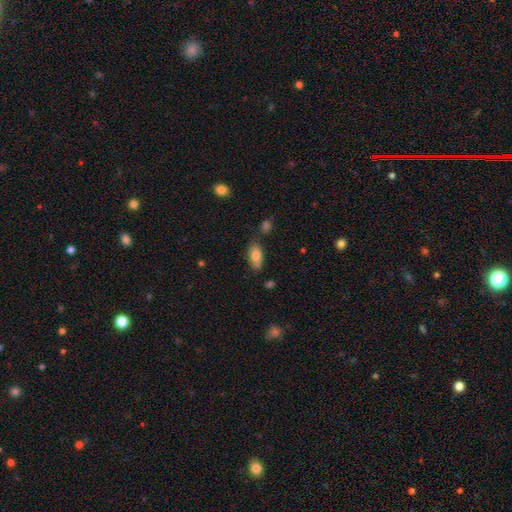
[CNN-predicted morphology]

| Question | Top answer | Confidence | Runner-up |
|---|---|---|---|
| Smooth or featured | smooth | 78% | featured or disk (14%) |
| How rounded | in between | 89% | cigar-shaped (8%) |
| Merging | none | 73% | minor disturbance (19%) |